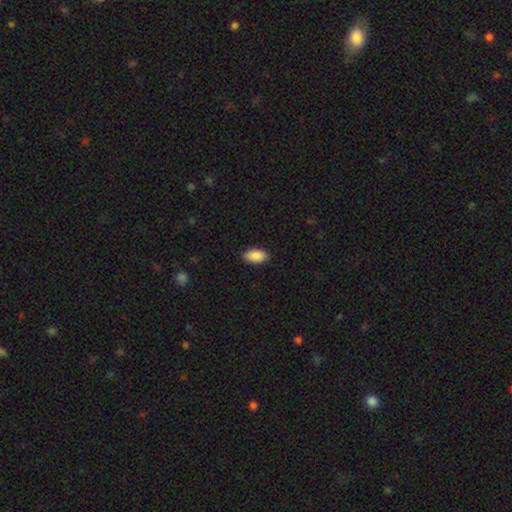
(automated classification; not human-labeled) Morphology: type=smooth (89%); roundness=in between (94%); merging=none (89%).